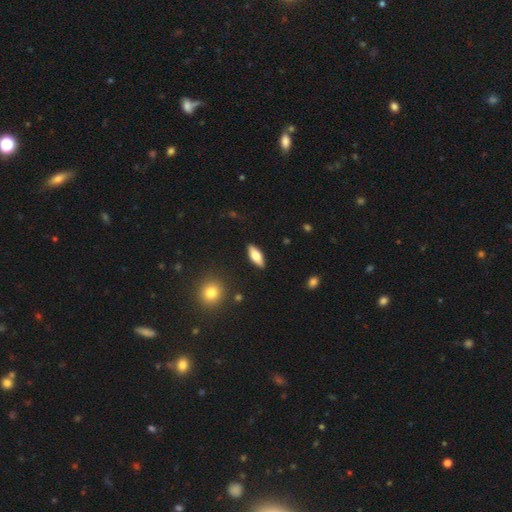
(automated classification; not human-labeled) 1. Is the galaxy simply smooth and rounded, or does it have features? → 66% smooth, 28% featured or disk, 6% star or artifact.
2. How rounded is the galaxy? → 71% in between, 27% cigar-shaped, 2% round.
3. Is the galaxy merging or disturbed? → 88% none, 8% minor disturbance, 2% major disturbance, 1% merger.